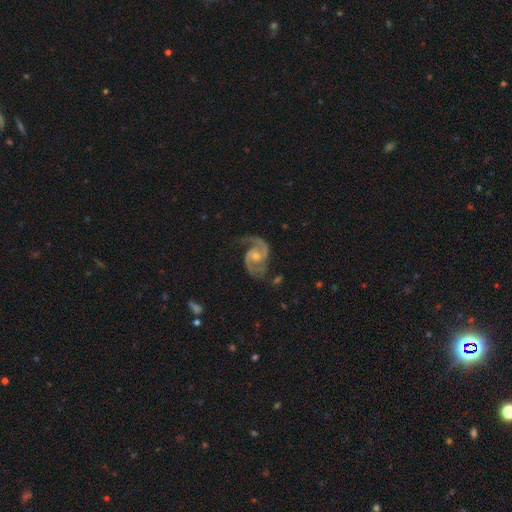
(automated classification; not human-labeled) smooth_or_featured: featured or disk (p=0.93) [alt: star or artifact p=0.04]
disk_edge_on: no (p=0.98) [alt: yes p=0.02]
bar: no (p=0.55) [alt: weak p=0.36]
has_spiral_arms: yes (p=0.98) [alt: no p=0.02]
spiral_winding: medium (p=0.60) [alt: tight p=0.22]
spiral_arm_count: 2 (p=0.93) [alt: can't tell p=0.02]
bulge_size: moderate (p=0.48) [alt: small p=0.47]
merging: none (p=0.72) [alt: minor disturbance p=0.18]